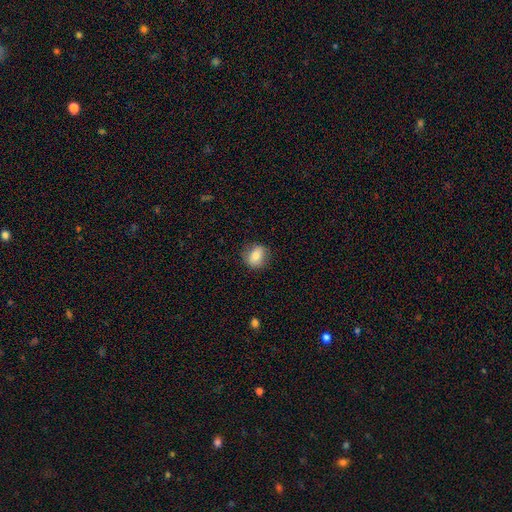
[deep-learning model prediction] Smooth or featured? Predicted: smooth (p=0.77). How rounded? Predicted: round (p=0.60). Merging? Predicted: none (p=0.81).